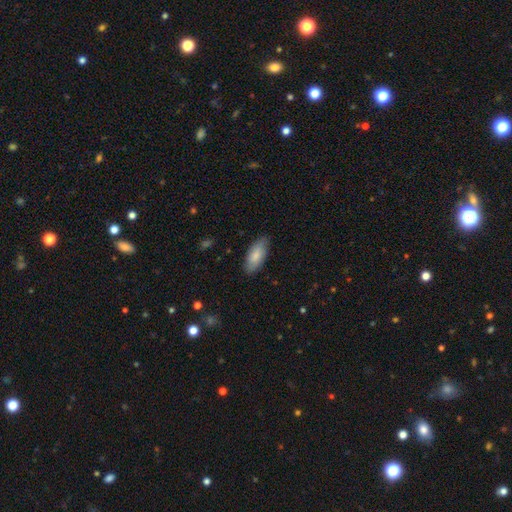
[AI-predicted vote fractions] smooth 83%, featured or disk 12%, star or artifact 6%. Down the decision tree: how rounded — in between (83%); merging — none (83%).